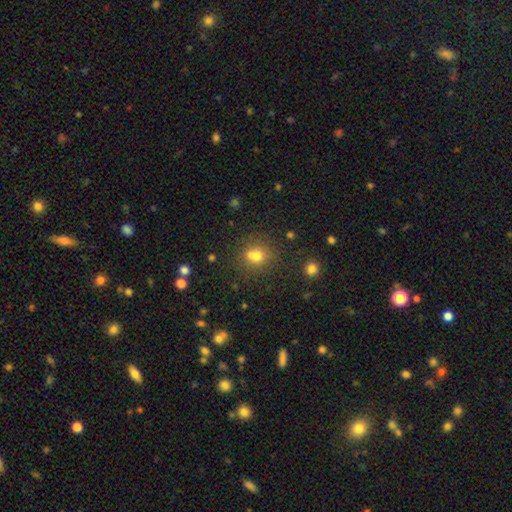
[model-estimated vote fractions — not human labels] The model was most divided on "merging": none: 52%, merger: 33%, minor disturbance: 10%, major disturbance: 4%. More confident: how rounded — round (73%); smooth or featured — smooth (70%).